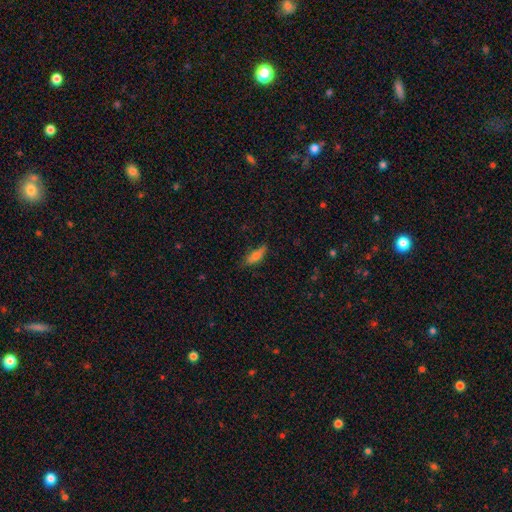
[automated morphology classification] smooth_or_featured: smooth (p=0.73) [alt: featured or disk p=0.19]
how_rounded: in between (p=0.56) [alt: cigar-shaped p=0.41]
merging: none (p=0.69) [alt: minor disturbance p=0.24]